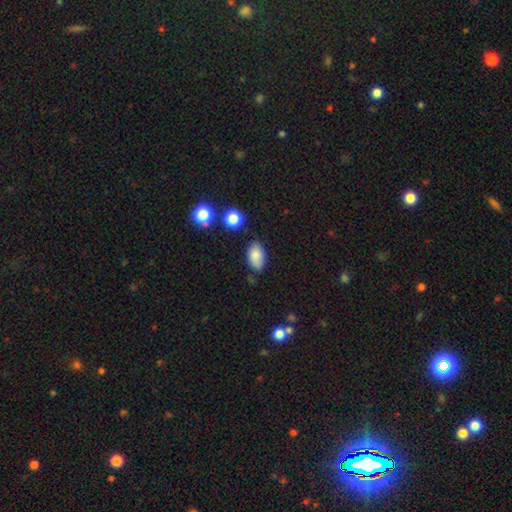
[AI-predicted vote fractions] smooth 83%, featured or disk 9%, star or artifact 8%. Down the decision tree: how rounded — in between (92%); merging — none (73%).